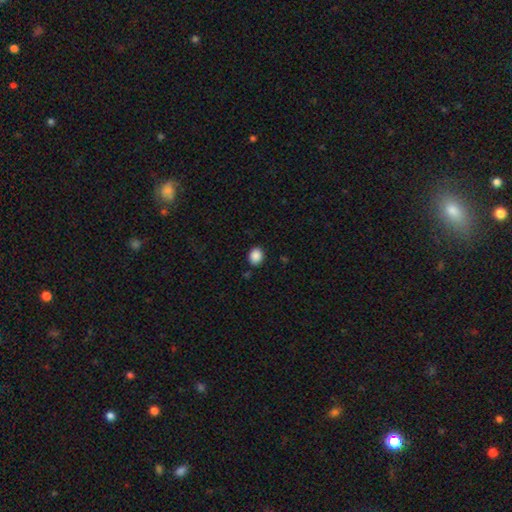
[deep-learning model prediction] The model was most divided on "how rounded": round: 64%, in between: 35%, cigar-shaped: 1%. More confident: smooth or featured — smooth (88%); merging — none (87%).